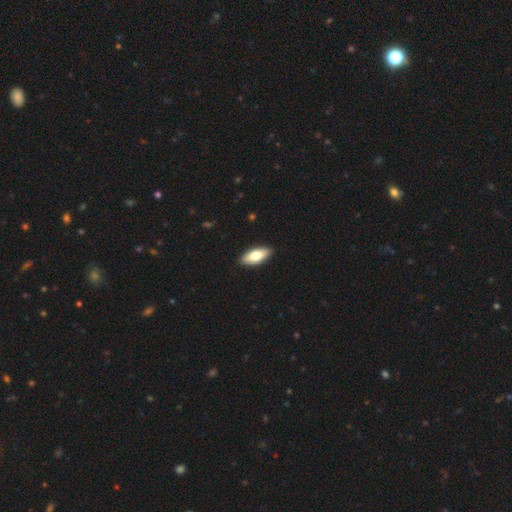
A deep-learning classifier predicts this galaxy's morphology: Overall: smooth (69%). How rounded: in between (77%). Merging: none (90%).